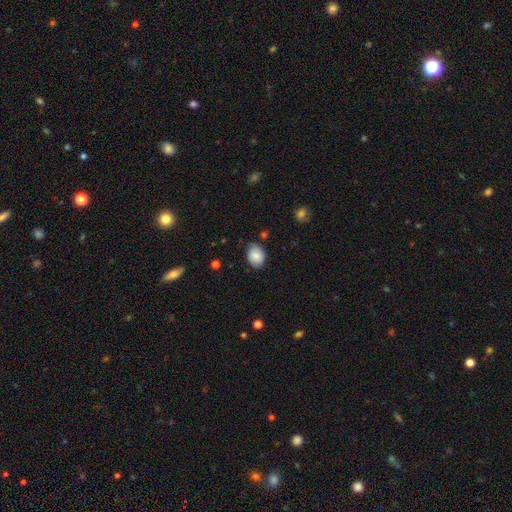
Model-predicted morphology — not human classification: A smooth galaxy with no disk features (80%) that is in between round and cigar-shaped (63%). Merging: none (71%).